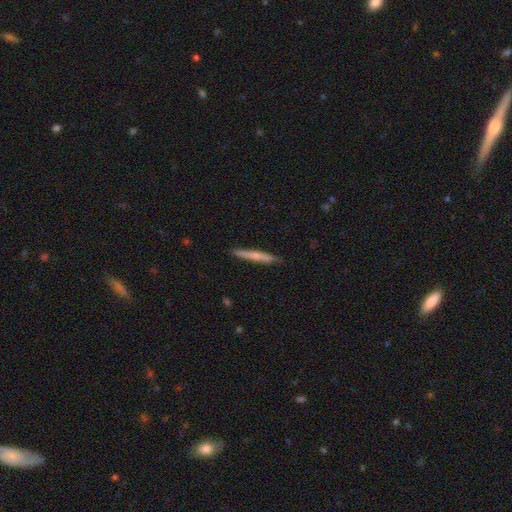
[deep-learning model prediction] smooth_or_featured: smooth (p=0.51) [alt: featured or disk p=0.43]
how_rounded: cigar-shaped (p=0.95) [alt: in between p=0.03]
merging: none (p=0.87) [alt: minor disturbance p=0.10]